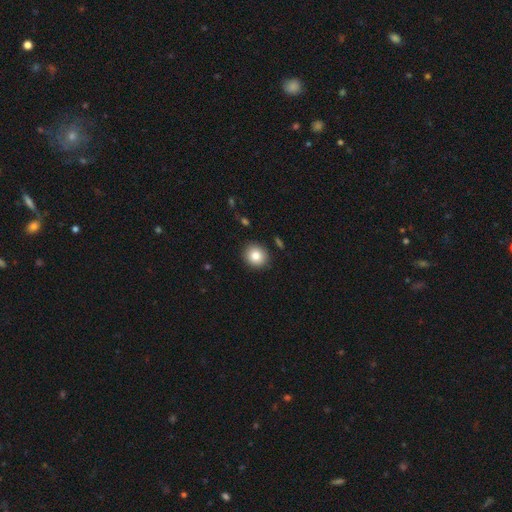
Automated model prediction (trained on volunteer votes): Smooth or featured? smooth (82%)
How rounded? round (86%)
Merging? none (90%)